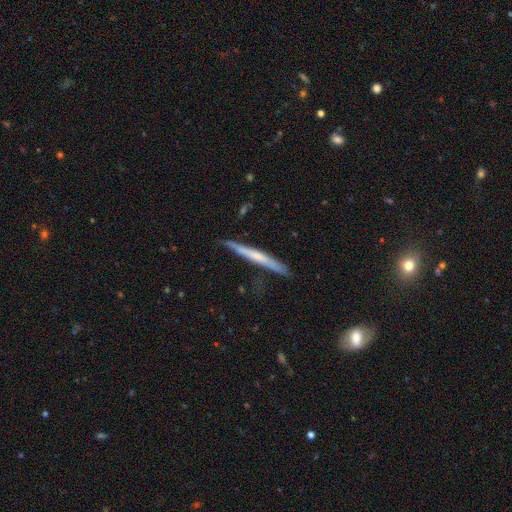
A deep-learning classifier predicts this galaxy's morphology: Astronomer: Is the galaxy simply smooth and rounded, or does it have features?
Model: featured or disk — 56% (runner-up: smooth, 38%).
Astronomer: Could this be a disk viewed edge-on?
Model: yes — 96%.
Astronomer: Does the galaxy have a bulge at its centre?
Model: none — 60%.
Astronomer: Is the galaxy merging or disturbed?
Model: none — 82%.